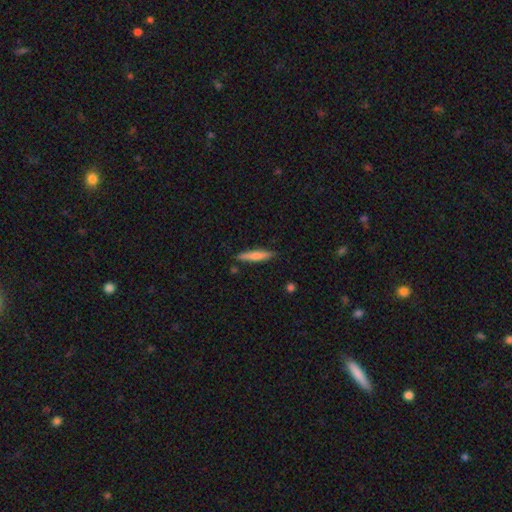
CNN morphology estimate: smooth_or_featured: smooth (p=0.68) [alt: featured or disk p=0.26]
how_rounded: cigar-shaped (p=0.88) [alt: in between p=0.11]
merging: none (p=0.85) [alt: minor disturbance p=0.11]